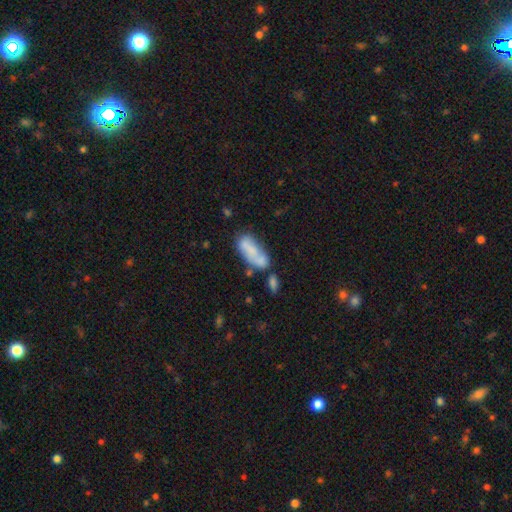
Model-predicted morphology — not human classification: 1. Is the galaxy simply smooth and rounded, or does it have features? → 58% smooth, 27% featured or disk, 15% star or artifact.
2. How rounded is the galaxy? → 68% in between, 26% cigar-shaped, 6% round.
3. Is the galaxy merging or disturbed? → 41% none, 29% merger, 18% minor disturbance, 11% major disturbance.